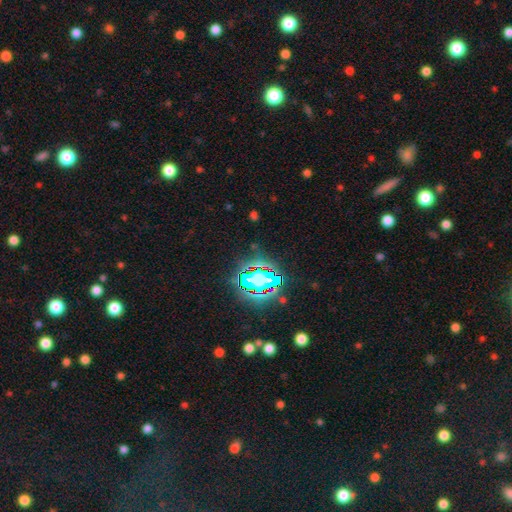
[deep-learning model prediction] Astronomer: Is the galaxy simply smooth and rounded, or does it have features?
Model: star or artifact — 79%.